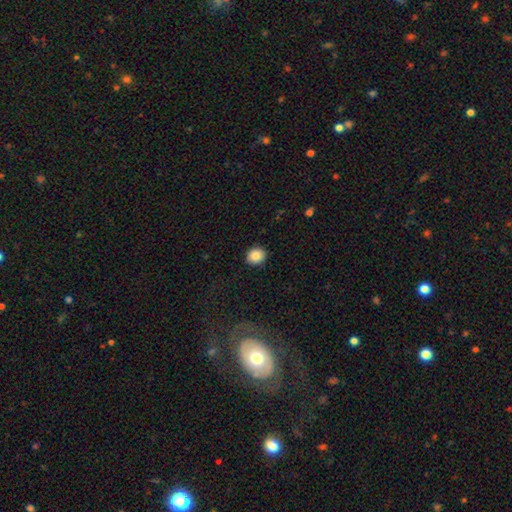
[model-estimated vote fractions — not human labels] A smooth galaxy with no disk features (87%) that is round (79%).

Vote fractions:
- Smooth or featured? smooth: 87% / star or artifact: 9% / featured or disk: 4%
- How rounded? round: 79% / in between: 21% / cigar-shaped: 1%
- Merging? none: 91% / minor disturbance: 6% / major disturbance: 2% / merger: 1%